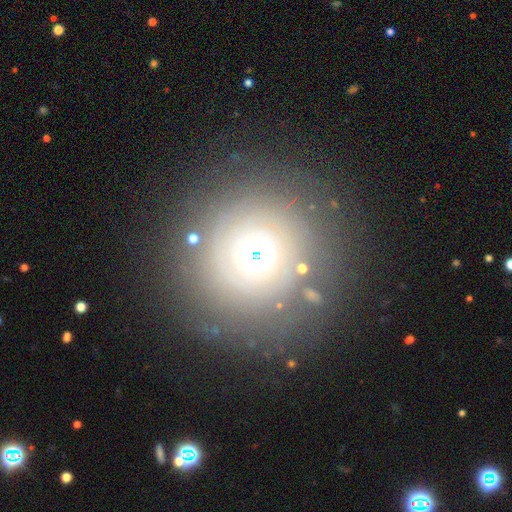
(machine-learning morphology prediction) This appears to be a smooth galaxy with no disk features (45%). Merging: none (80%).